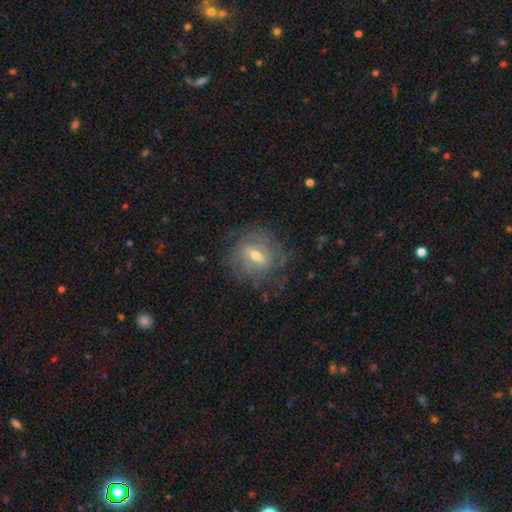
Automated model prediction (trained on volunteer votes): A featured or disk galaxy (72%) with a weak bar (50%), spiral arms (72%) and a moderate central bulge (65%).

Vote fractions:
- Smooth or featured? featured or disk: 72% / smooth: 20% / star or artifact: 8%
- Edge-on disk? no: 92% / yes: 8%
- Bar? weak: 50% / strong: 31% / no: 18%
- Spiral arms? yes: 72% / no: 28%
- Bulge size? moderate: 65% / small: 29% / large: 4% / none: 1% / dominant: 1%
- Merging? none: 70% / minor disturbance: 18% / major disturbance: 10% / merger: 1%